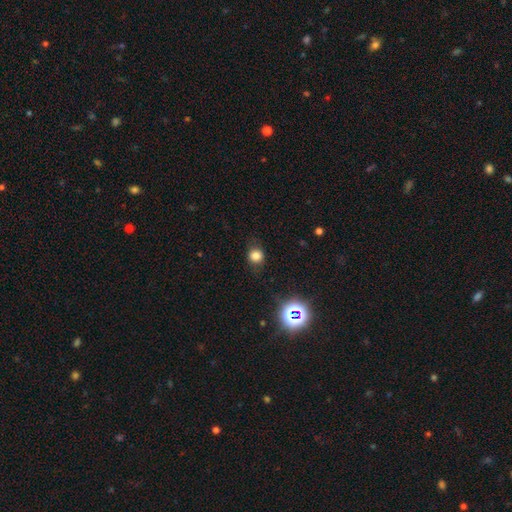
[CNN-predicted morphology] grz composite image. It shows a smooth galaxy with no disk features (78%) that is round (82%). Merging: none (78%).